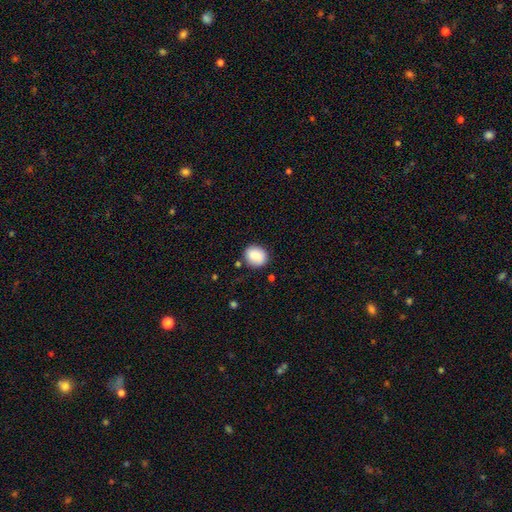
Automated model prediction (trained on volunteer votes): This appears to be a smooth galaxy with no disk features (87%) that is round (66%). Merging: none (83%).